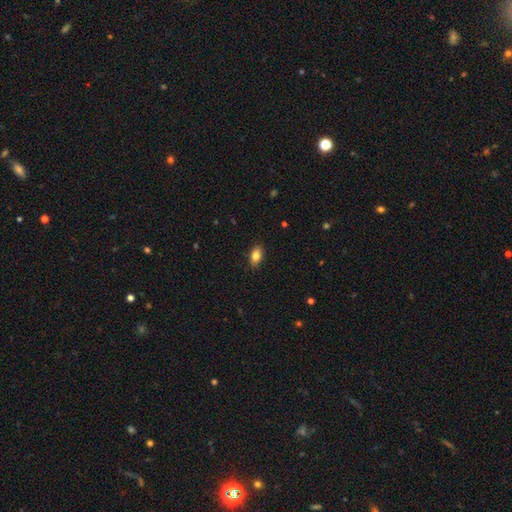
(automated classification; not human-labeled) smooth-or-featured: smooth: 83% | star or artifact: 8% | featured or disk: 8%
  how-rounded: in between: 88% | round: 9% | cigar-shaped: 3%
  merging: none: 88% | minor disturbance: 9% | major disturbance: 2% | merger: 1%